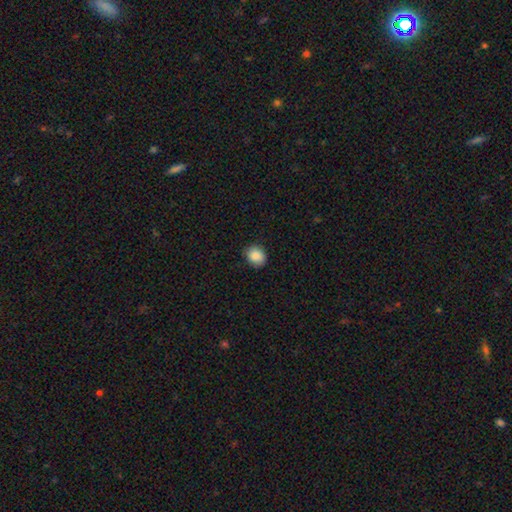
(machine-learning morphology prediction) This appears to be a smooth galaxy with no disk features (87%) that is round (68%). Merging: none (85%).